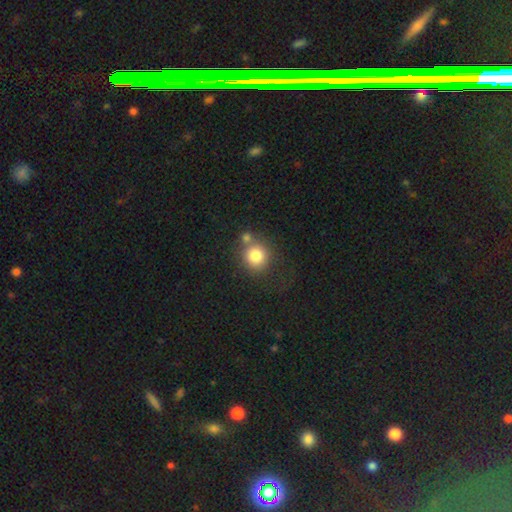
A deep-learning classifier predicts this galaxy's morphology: smooth-or-featured: smooth: 81% | star or artifact: 10% | featured or disk: 9%
  how-rounded: round: 89% | in between: 10% | cigar-shaped: 1%
  merging: none: 57% | merger: 27% | minor disturbance: 11% | major disturbance: 5%